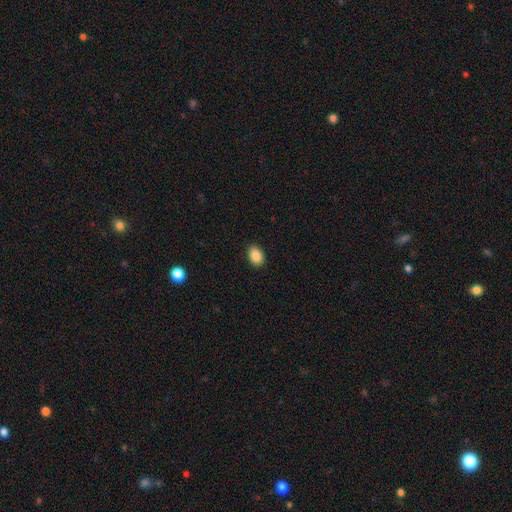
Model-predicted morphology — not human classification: smooth 89%, star or artifact 8%, featured or disk 3%. Down the decision tree: how rounded — in between (77%); merging — none (89%).